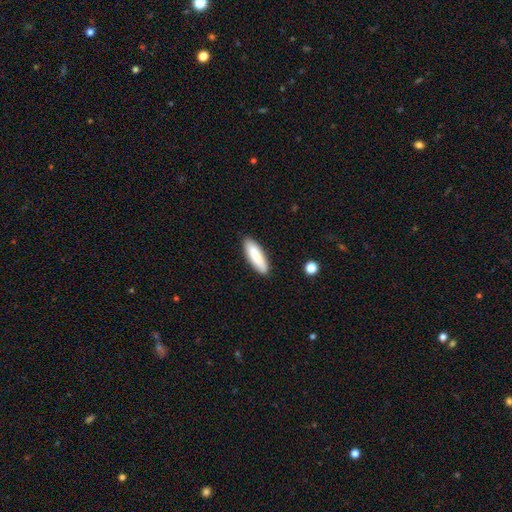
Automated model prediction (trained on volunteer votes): smooth 86%, featured or disk 9%, star or artifact 6%. Down the decision tree: how rounded — cigar-shaped (49%, tied with in between); merging — none (88%).